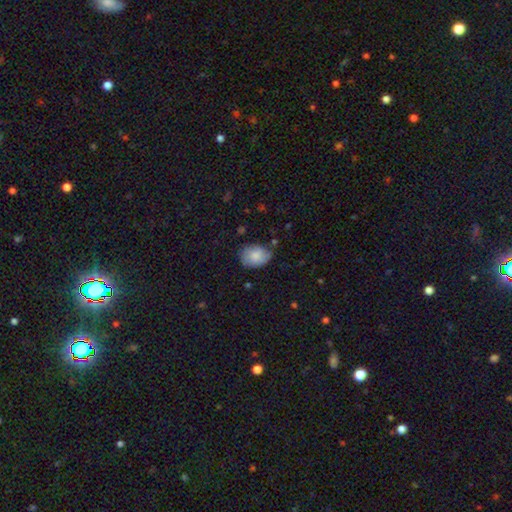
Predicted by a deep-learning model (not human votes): Smooth or featured?
  - smooth: 70% *
  - featured or disk: 23%
  - star or artifact: 7%
How rounded?
  - in between: 58% *
  - round: 41%
  - cigar-shaped: 1%
Merging?
  - none: 67% *
  - minor disturbance: 26%
  - major disturbance: 5%
  - merger: 2%